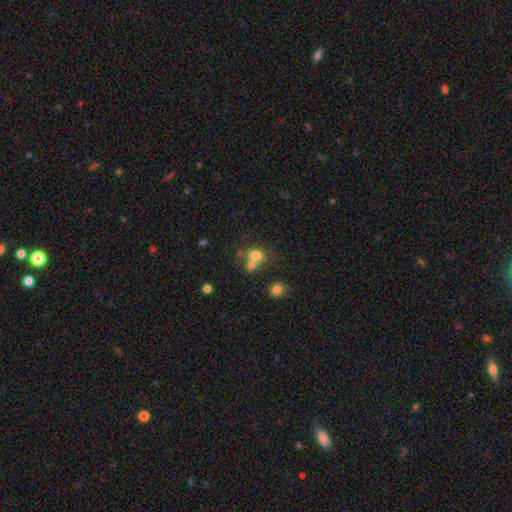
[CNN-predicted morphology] smooth-or-featured: smooth: 74% | star or artifact: 14% | featured or disk: 12%
  how-rounded: round: 63% | in between: 35% | cigar-shaped: 1%
  merging: merger: 46% | none: 40% | minor disturbance: 9% | major disturbance: 5%